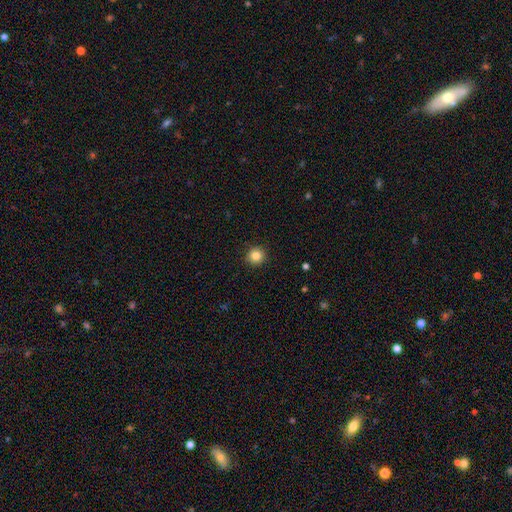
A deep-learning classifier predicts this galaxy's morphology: Smooth or featured?
  - smooth: 84% *
  - star or artifact: 11%
  - featured or disk: 5%
How rounded?
  - round: 94% *
  - in between: 5%
  - cigar-shaped: 1%
Merging?
  - none: 93% *
  - minor disturbance: 5%
  - major disturbance: 2%
  - merger: 1%